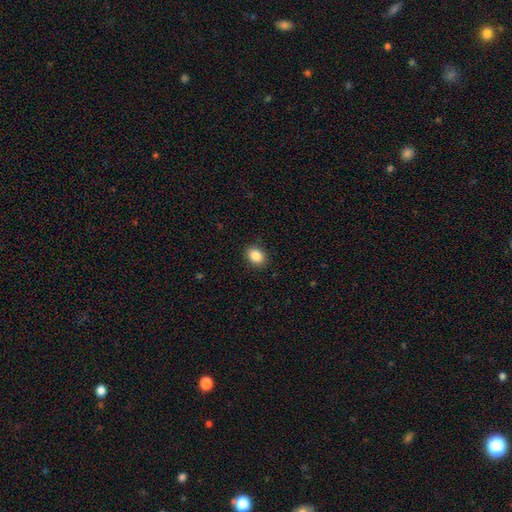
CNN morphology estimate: Smooth or featured? Predicted: smooth (p=0.86). How rounded? Predicted: in between (p=0.57). Merging? Predicted: none (p=0.90).